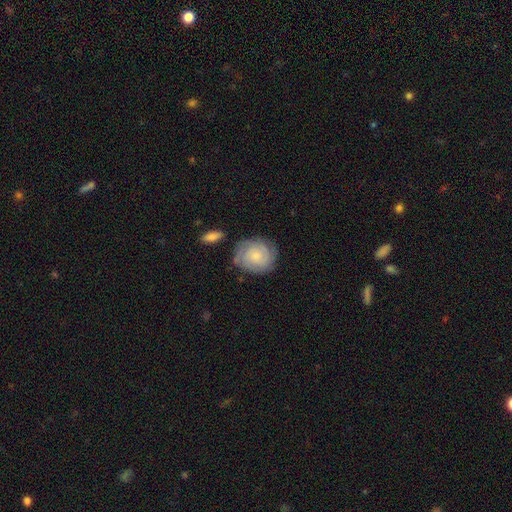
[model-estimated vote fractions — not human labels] featured or disk 53%, smooth 39%, star or artifact 8%. Down the decision tree: edge-on disk — no (97%); bar — no (79%); spiral arms — yes (88%); bulge size — small (61%); merging — none (73%).